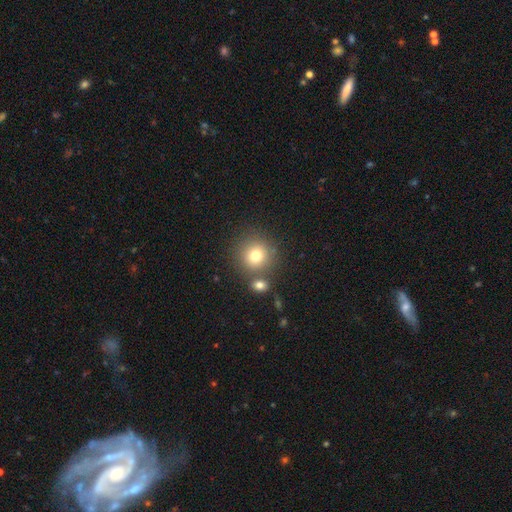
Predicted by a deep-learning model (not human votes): Q: Smooth or featured?
A: smooth (76%); runner-up: star or artifact (13%)
Q: How rounded?
A: round (91%); runner-up: in between (8%)
Q: Merging?
A: none (71%); runner-up: merger (17%)